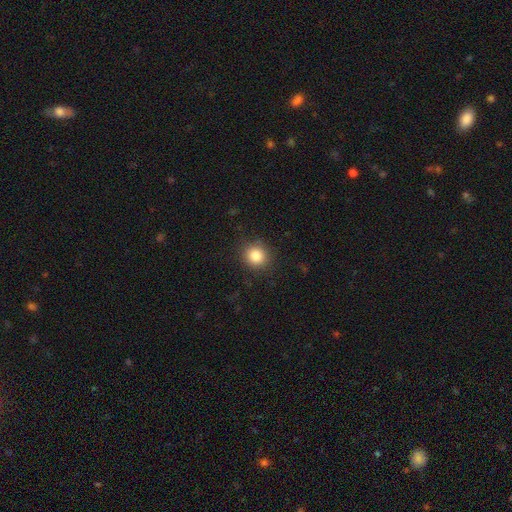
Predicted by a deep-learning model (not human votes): smooth_or_featured: smooth (p=0.85) [alt: star or artifact p=0.10]
how_rounded: round (p=0.89) [alt: in between p=0.10]
merging: none (p=0.88) [alt: minor disturbance p=0.08]